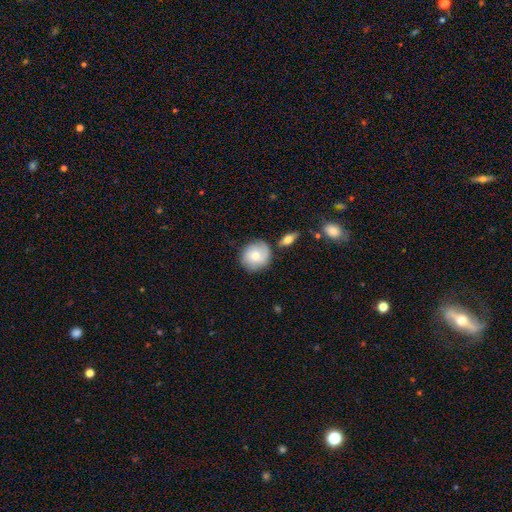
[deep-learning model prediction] smooth-or-featured: smooth: 65% | featured or disk: 28% | star or artifact: 7%
  how-rounded: round: 85% | in between: 14% | cigar-shaped: 1%
  merging: none: 73% | minor disturbance: 16% | merger: 7% | major disturbance: 4%